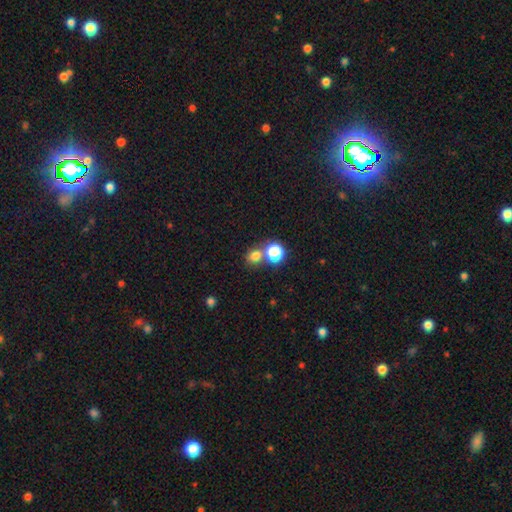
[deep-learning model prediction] Overall: smooth (73%). How rounded: round (73%). Merging: none (59%; merger 28%).